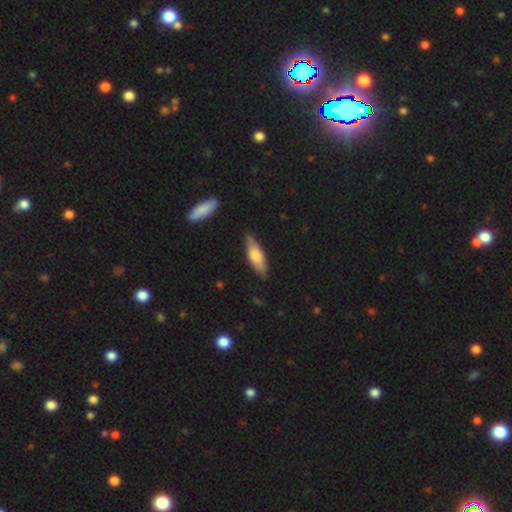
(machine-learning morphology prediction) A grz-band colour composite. It shows a smooth galaxy with no disk features (65%) that is in between round and cigar-shaped (53%). Merging: none (79%).